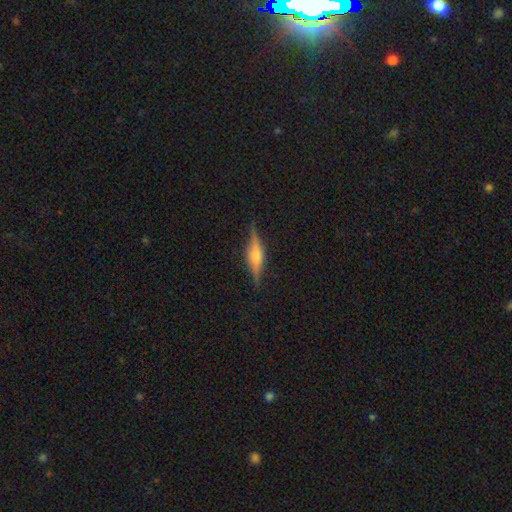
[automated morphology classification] smooth_or_featured: featured or disk (p=0.70) [alt: smooth p=0.23]
disk_edge_on: yes (p=0.96) [alt: no p=0.04]
edge_on_bulge: rounded (p=0.71) [alt: boxy p=0.22]
merging: none (p=0.86) [alt: minor disturbance p=0.10]